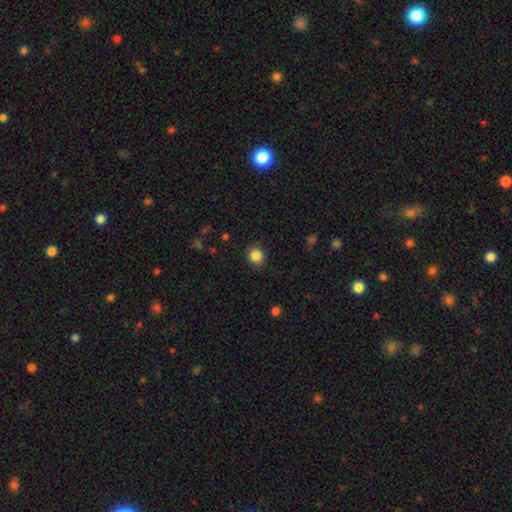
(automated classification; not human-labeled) This is clearly a smooth galaxy (86%). How rounded: clearly round (85%). Merging: clearly none (88%).